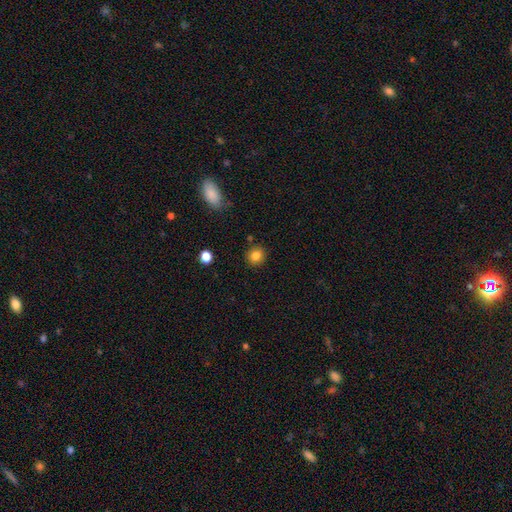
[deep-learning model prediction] smooth-or-featured: smooth: 83% | star or artifact: 11% | featured or disk: 6%
  how-rounded: round: 86% | in between: 13% | cigar-shaped: 1%
  merging: none: 87% | minor disturbance: 8% | merger: 2% | major disturbance: 2%